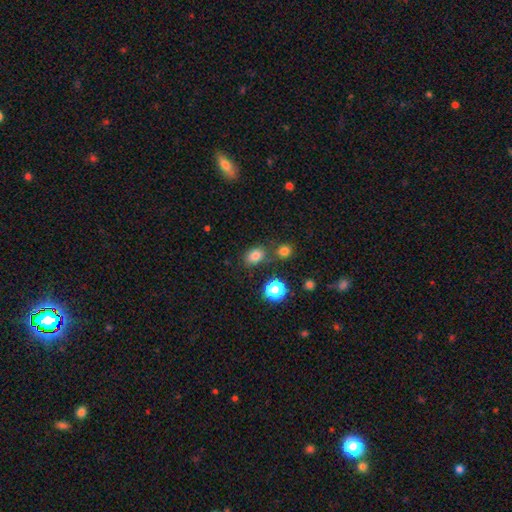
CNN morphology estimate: Smooth or featured? Predicted: smooth (p=0.79). How rounded? Predicted: in between (p=0.67). Merging? Predicted: none (p=0.69).